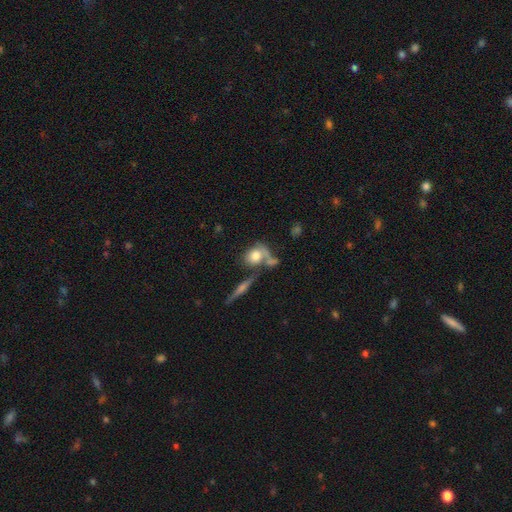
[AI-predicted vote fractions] Q: Smooth or featured?
A: smooth (69%); runner-up: featured or disk (22%)
Q: How rounded?
A: round (50%); runner-up: in between (45%)
Q: Merging?
A: none (41%); runner-up: merger (34%)